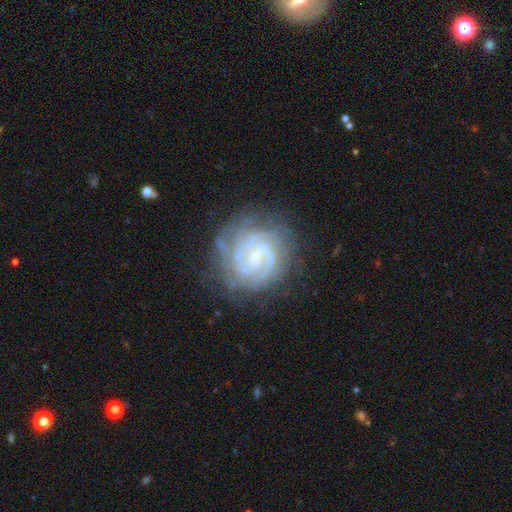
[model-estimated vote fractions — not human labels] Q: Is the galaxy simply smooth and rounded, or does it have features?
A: featured or disk — 87%.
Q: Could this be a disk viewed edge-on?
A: no — 98%.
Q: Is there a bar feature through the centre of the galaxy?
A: weak — 50%.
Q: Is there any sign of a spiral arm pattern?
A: yes — 97%.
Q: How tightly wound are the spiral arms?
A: tight — 70%.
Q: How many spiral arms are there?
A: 2 — 29%.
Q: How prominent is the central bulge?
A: small — 75%.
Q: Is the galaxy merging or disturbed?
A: none — 75%.